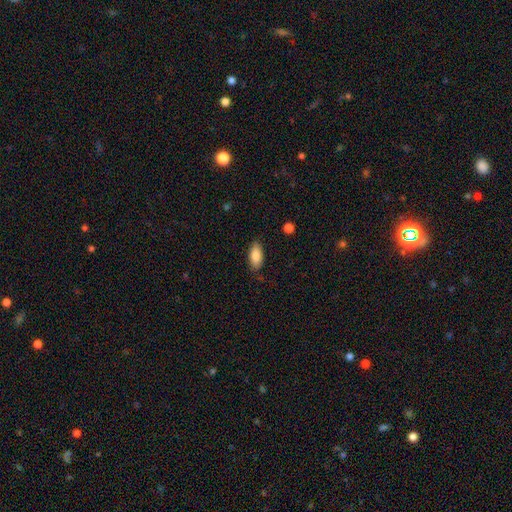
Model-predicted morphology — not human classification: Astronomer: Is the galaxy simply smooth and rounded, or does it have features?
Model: smooth — 86%.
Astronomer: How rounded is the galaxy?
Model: in between — 88%.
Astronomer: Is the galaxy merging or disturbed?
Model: none — 82%.